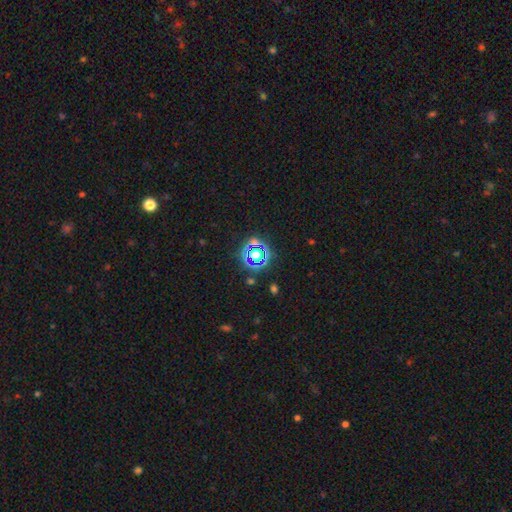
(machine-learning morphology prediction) Smooth or featured? star or artifact (62%)